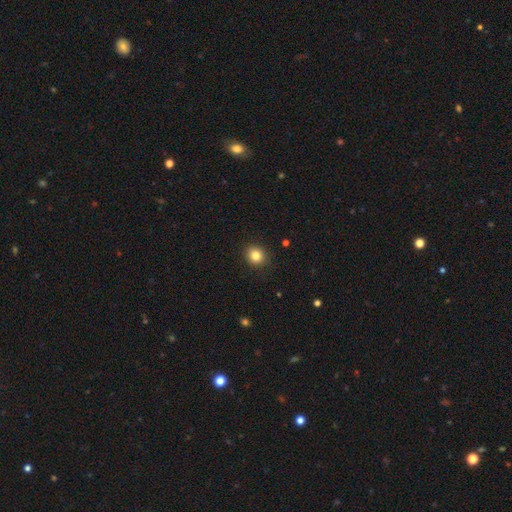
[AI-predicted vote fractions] Q: Smooth or featured?
A: smooth (83%); runner-up: star or artifact (11%)
Q: How rounded?
A: round (83%); runner-up: in between (16%)
Q: Merging?
A: none (90%); runner-up: minor disturbance (7%)